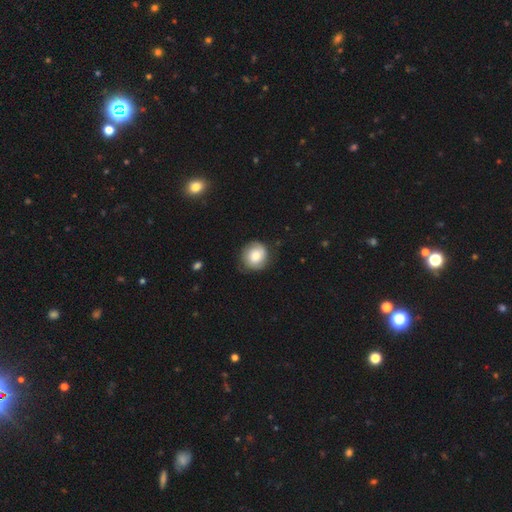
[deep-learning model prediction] Overall: smooth (66%; featured or disk 27%). How rounded: round (87%). Merging: none (75%).